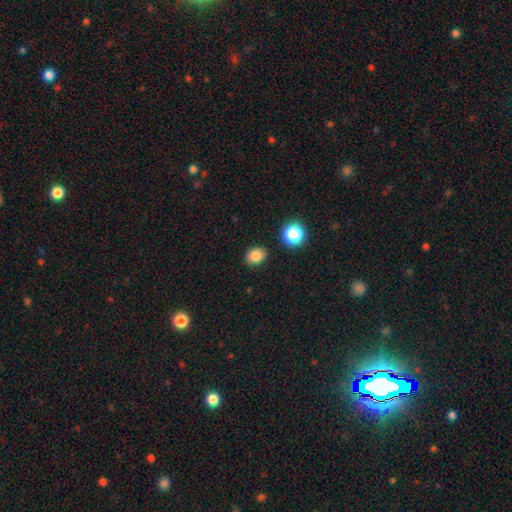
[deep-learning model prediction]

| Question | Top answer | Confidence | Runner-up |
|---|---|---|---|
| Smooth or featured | smooth | 83% | star or artifact (12%) |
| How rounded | round | 51% | in between (48%) |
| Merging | none | 88% | minor disturbance (8%) |